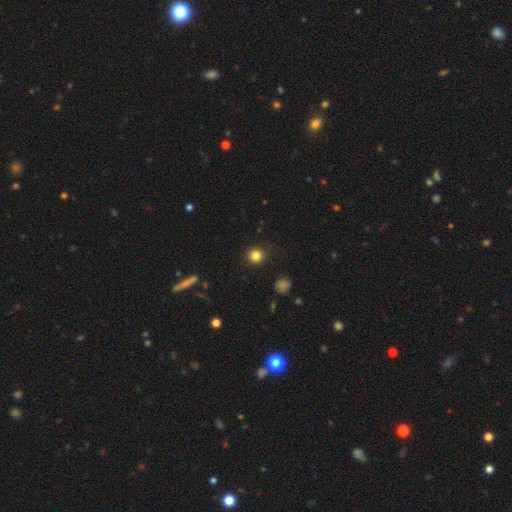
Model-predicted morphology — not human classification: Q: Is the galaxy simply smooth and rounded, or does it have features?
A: smooth — 83%.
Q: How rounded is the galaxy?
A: round — 94%.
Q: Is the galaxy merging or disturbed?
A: none — 92%.